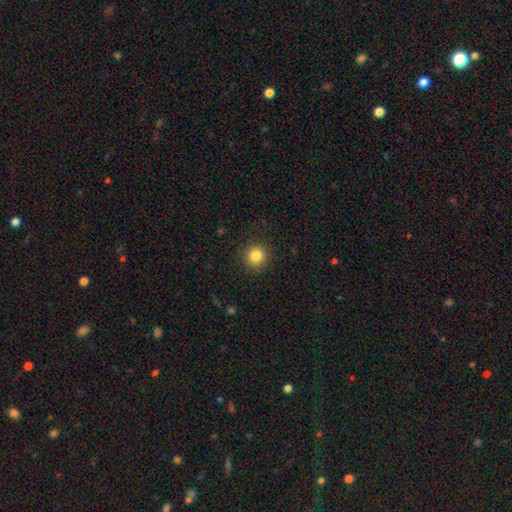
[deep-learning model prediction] Smooth or featured? Predicted: smooth (p=0.84). How rounded? Predicted: round (p=0.93). Merging? Predicted: none (p=0.90).